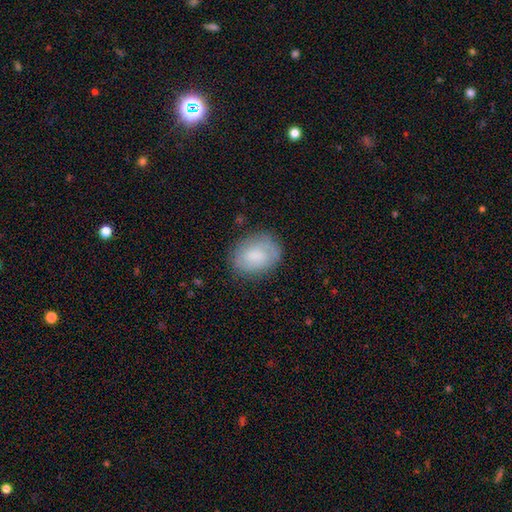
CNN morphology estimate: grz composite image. It shows a smooth galaxy with no disk features (70%) that is in between round and cigar-shaped (67%). Merging: none (76%).